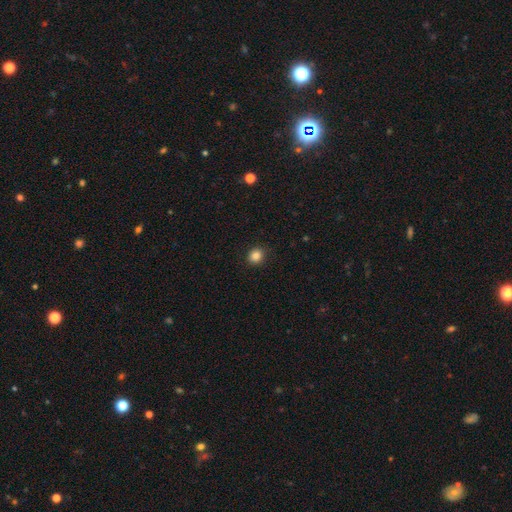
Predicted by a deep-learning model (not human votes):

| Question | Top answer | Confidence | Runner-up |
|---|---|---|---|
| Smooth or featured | smooth | 85% | star or artifact (11%) |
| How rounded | round | 81% | in between (18%) |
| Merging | none | 90% | minor disturbance (7%) |